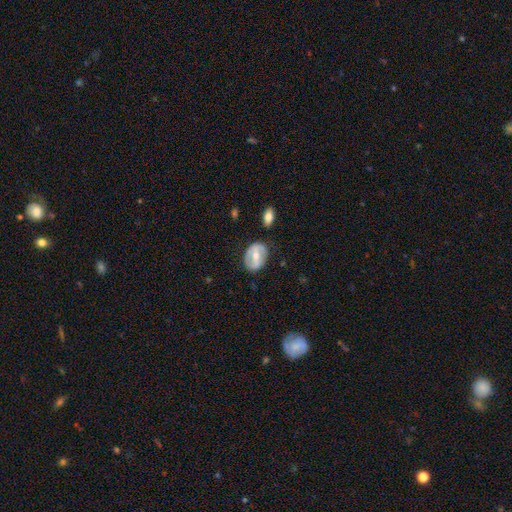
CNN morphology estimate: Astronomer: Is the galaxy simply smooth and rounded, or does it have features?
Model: featured or disk — 61%.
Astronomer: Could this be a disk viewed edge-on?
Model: no — 92%.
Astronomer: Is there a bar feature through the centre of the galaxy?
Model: strong — 55%.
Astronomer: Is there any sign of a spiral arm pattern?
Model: no — 56% (runner-up: yes, 44%).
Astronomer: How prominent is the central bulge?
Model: moderate — 60%.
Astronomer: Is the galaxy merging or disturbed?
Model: none — 76%.